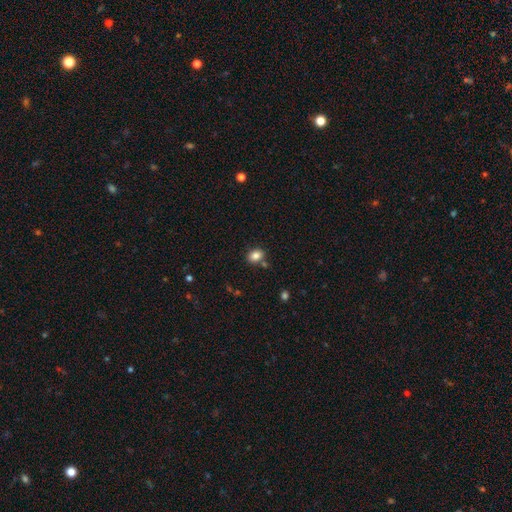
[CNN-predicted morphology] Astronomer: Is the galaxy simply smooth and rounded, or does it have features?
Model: smooth — 84%.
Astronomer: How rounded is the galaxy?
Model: in between — 61% (runner-up: round, 38%).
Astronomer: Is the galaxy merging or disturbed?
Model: none — 77%.